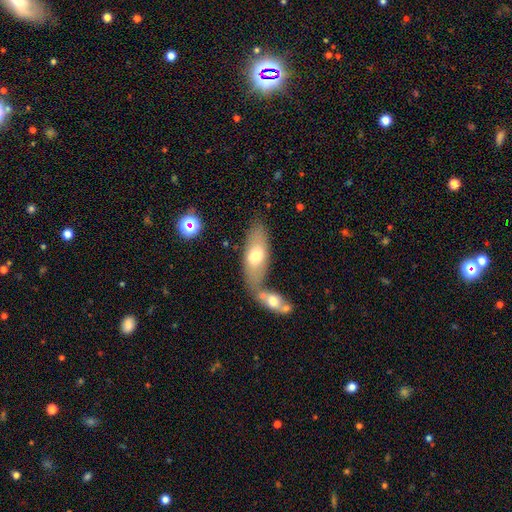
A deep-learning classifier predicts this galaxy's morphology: Smooth or featured?
  - smooth: 64% *
  - featured or disk: 29%
  - star or artifact: 7%
How rounded?
  - in between: 78% *
  - cigar-shaped: 18%
  - round: 3%
Merging?
  - none: 46% *
  - merger: 36%
  - minor disturbance: 12%
  - major disturbance: 5%